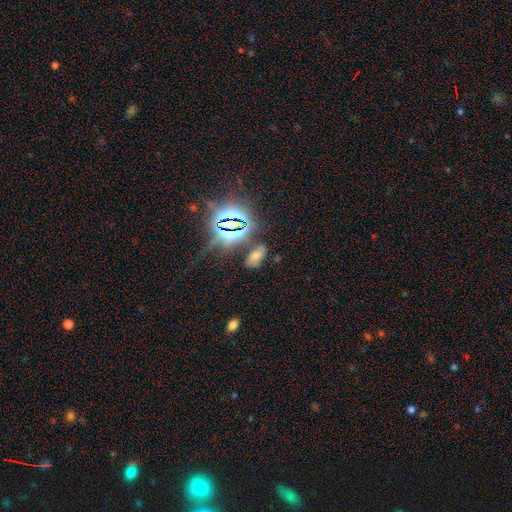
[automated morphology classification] Smooth or featured?
  - smooth: 45% *
  - star or artifact: 38%
  - featured or disk: 17%
Merging?
  - none: 67% *
  - minor disturbance: 18%
  - major disturbance: 8%
  - merger: 7%